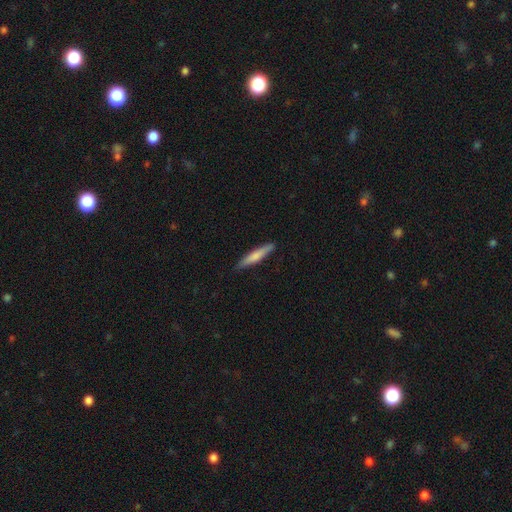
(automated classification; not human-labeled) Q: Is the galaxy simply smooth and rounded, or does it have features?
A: smooth — 69%.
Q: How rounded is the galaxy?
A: cigar-shaped — 92%.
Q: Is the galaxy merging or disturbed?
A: none — 88%.